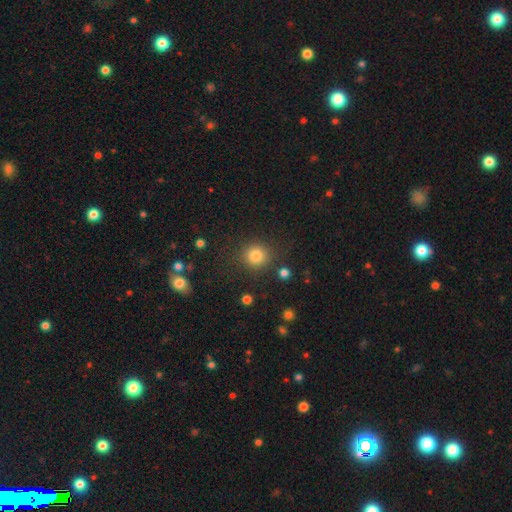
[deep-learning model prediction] Smooth or featured?
  - smooth: 82% *
  - star or artifact: 12%
  - featured or disk: 6%
How rounded?
  - round: 91% *
  - in between: 8%
  - cigar-shaped: 1%
Merging?
  - none: 85% *
  - minor disturbance: 8%
  - major disturbance: 4%
  - merger: 3%